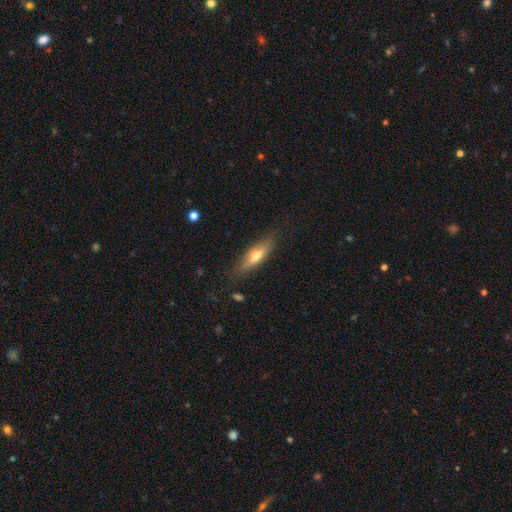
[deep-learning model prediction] This is possibly a smooth galaxy (47%). Merging: clearly none (81%).